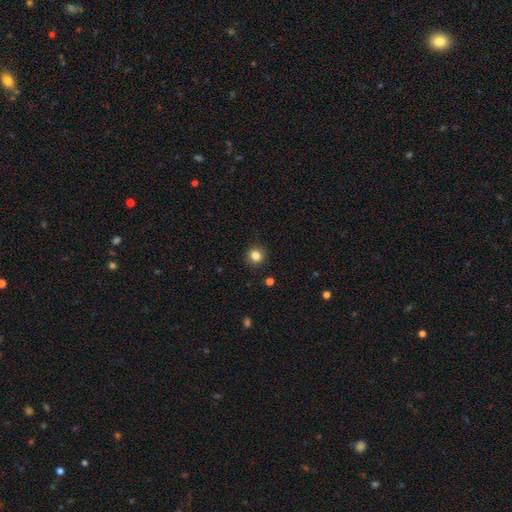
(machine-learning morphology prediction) Smooth or featured?
  - smooth: 84% *
  - star or artifact: 11%
  - featured or disk: 5%
How rounded?
  - round: 86% *
  - in between: 13%
  - cigar-shaped: 1%
Merging?
  - none: 89% *
  - minor disturbance: 7%
  - major disturbance: 2%
  - merger: 1%